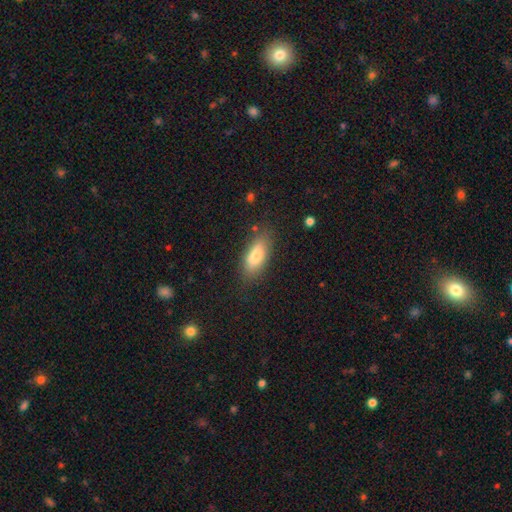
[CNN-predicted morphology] A smooth galaxy with no disk features (78%) that is in between round and cigar-shaped (75%). Merging: none (81%).